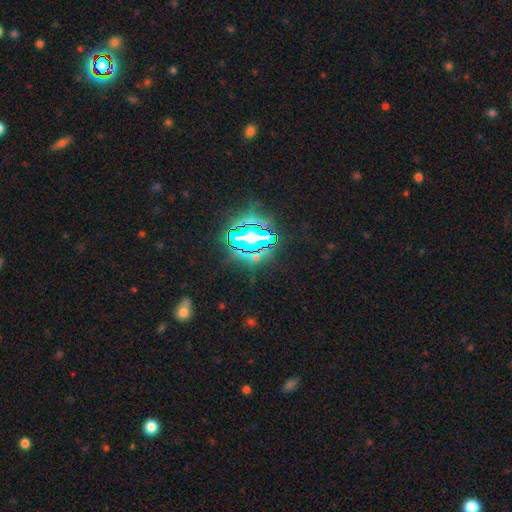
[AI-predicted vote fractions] Smooth or featured: star or artifact — 72% (smooth — 15%)